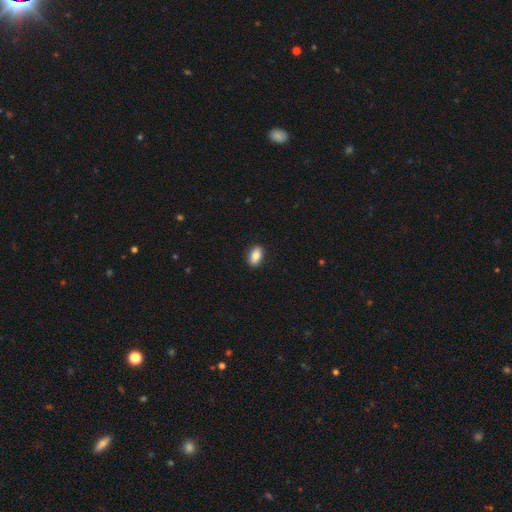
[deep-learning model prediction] The model was most divided on "smooth or featured": smooth: 85%, featured or disk: 8%, star or artifact: 7%. More confident: how rounded — in between (90%); merging — none (89%).